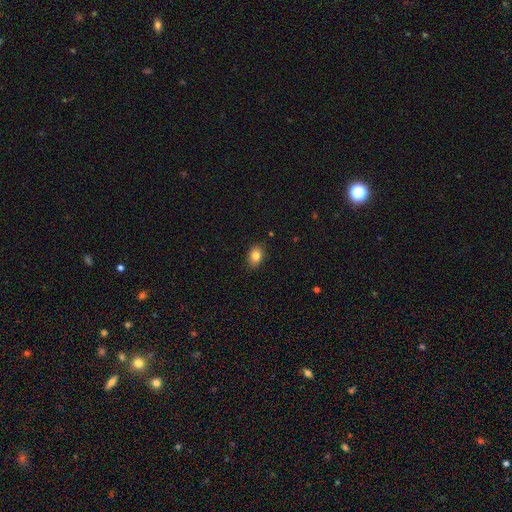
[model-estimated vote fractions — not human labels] The model was most divided on "how rounded": in between: 75%, round: 24%, cigar-shaped: 1%. More confident: merging — none (86%); smooth or featured — smooth (82%).